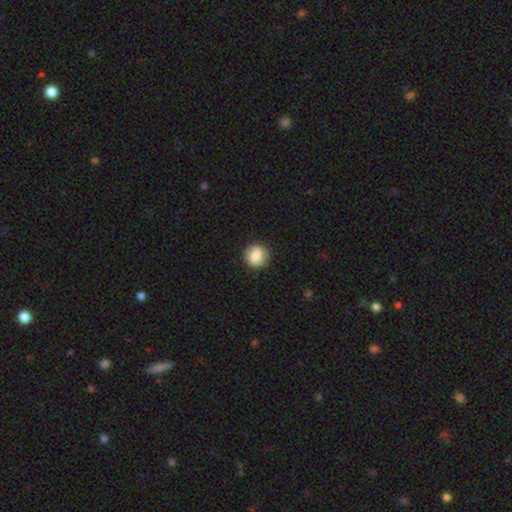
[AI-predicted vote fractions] A smooth galaxy with no disk features (64%) that is round (88%).

Vote fractions:
- Smooth or featured? smooth: 64% / featured or disk: 29% / star or artifact: 7%
- How rounded? round: 88% / in between: 11% / cigar-shaped: 1%
- Merging? none: 89% / minor disturbance: 8% / major disturbance: 2% / merger: 1%